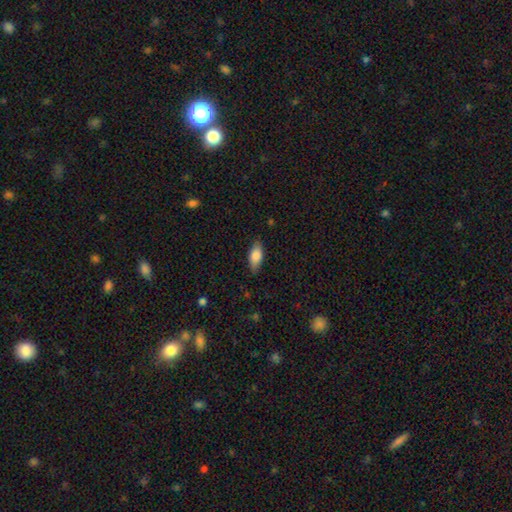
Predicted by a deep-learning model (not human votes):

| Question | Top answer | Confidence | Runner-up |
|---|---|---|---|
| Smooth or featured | smooth | 81% | featured or disk (12%) |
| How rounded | in between | 83% | cigar-shaped (15%) |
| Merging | none | 84% | minor disturbance (12%) |